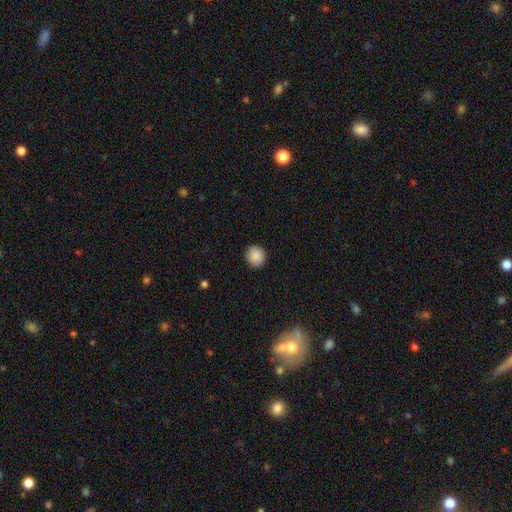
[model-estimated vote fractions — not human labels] Smooth or featured? Predicted: smooth (p=0.89). How rounded? Predicted: round (p=0.89). Merging? Predicted: none (p=0.91).